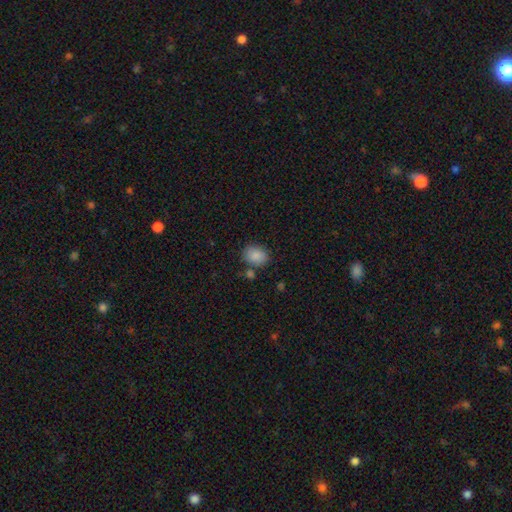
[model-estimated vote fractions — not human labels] A smooth galaxy with no disk features (88%) that is in between round and cigar-shaped (55%). Merging: none (74%).